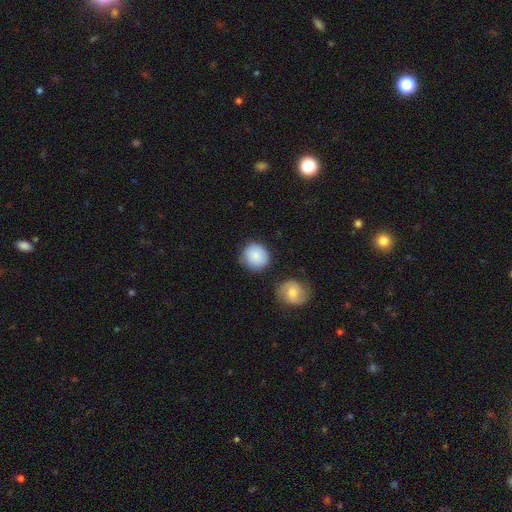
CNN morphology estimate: Smooth or featured? smooth (87%)
How rounded? round (89%)
Merging? none (79%)